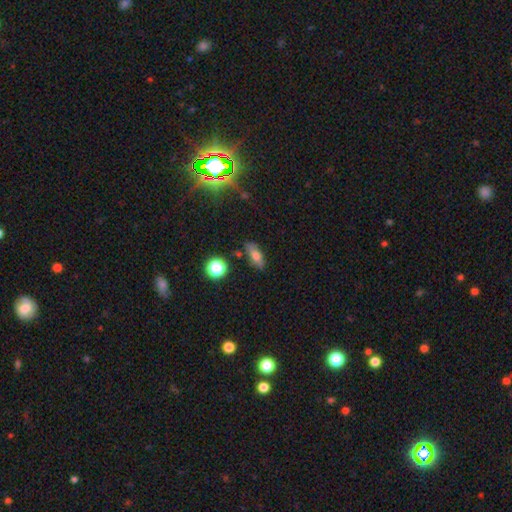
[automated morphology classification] smooth_or_featured: smooth (p=0.69) [alt: featured or disk p=0.19]
how_rounded: in between (p=0.71) [alt: cigar-shaped p=0.21]
merging: none (p=0.76) [alt: minor disturbance p=0.16]